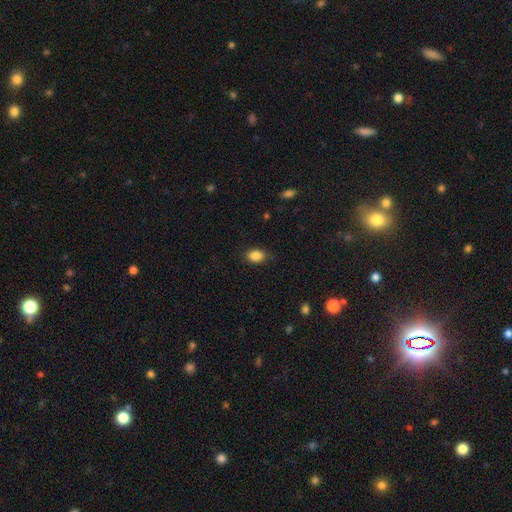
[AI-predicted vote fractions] This is clearly a smooth galaxy (87%). How rounded: likely in between (77%). Merging: clearly none (84%).